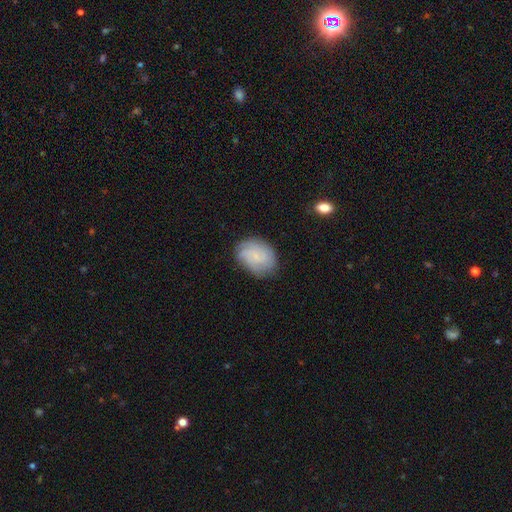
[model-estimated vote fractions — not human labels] Q: Smooth or featured?
A: featured or disk (48%); runner-up: smooth (43%)
Q: Merging?
A: none (74%); runner-up: minor disturbance (19%)